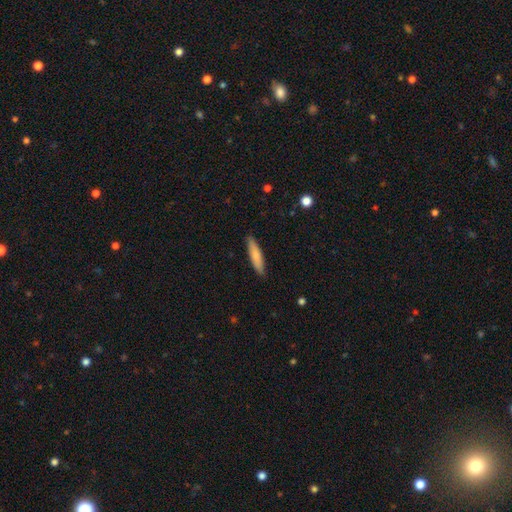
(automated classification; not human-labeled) smooth_or_featured: smooth (p=0.78) [alt: featured or disk p=0.16]
how_rounded: cigar-shaped (p=0.82) [alt: in between p=0.17]
merging: none (p=0.89) [alt: minor disturbance p=0.08]